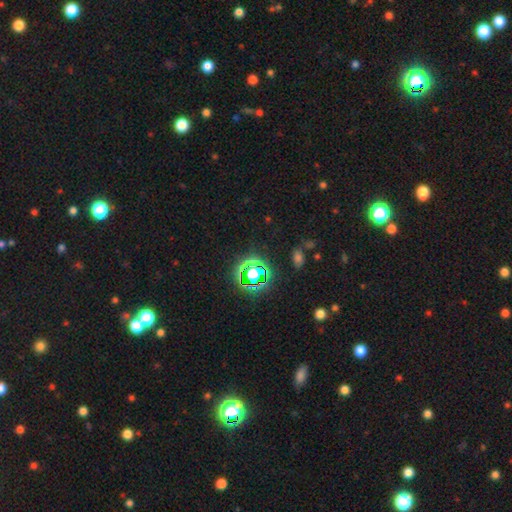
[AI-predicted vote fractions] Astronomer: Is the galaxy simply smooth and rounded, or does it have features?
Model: star or artifact — 76%.